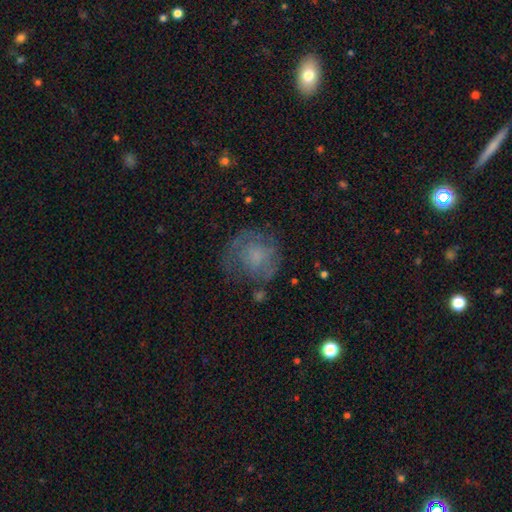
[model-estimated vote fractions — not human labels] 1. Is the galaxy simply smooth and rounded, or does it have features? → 45% featured or disk, 43% smooth, 13% star or artifact.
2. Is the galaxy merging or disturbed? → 61% none, 20% minor disturbance, 16% major disturbance, 2% merger.